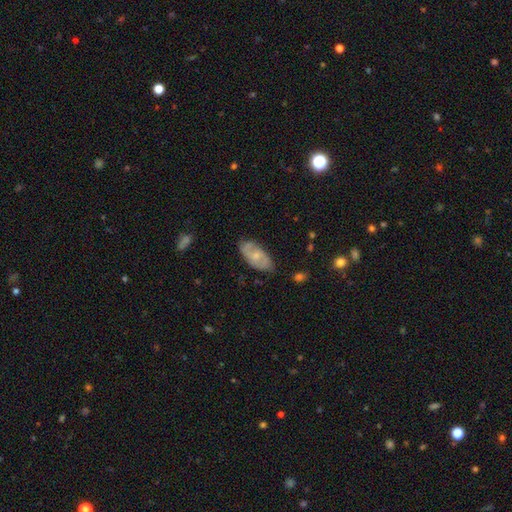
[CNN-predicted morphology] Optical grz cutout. It shows a featured or disk galaxy (62%) with no bar (61%), spiral arms (84%) and a small central bulge (54%). Merging: none (75%).